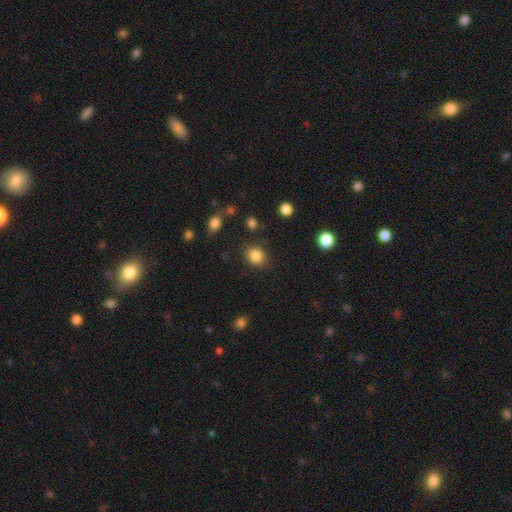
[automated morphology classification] Smooth or featured?
  - smooth: 84% *
  - star or artifact: 10%
  - featured or disk: 6%
How rounded?
  - round: 57% *
  - in between: 42%
  - cigar-shaped: 1%
Merging?
  - none: 84% *
  - minor disturbance: 11%
  - major disturbance: 3%
  - merger: 2%